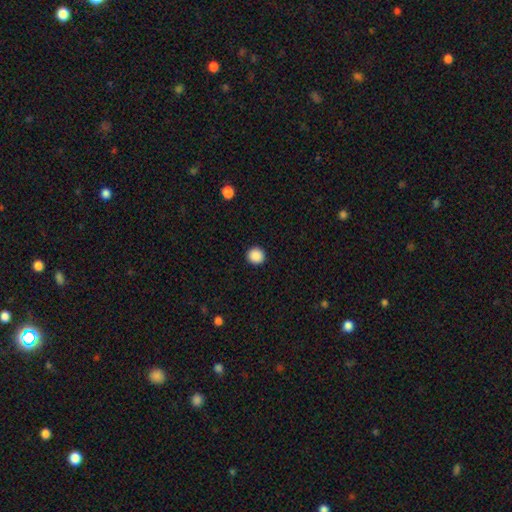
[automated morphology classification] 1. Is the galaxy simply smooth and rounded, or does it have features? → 89% smooth, 9% star or artifact, 2% featured or disk.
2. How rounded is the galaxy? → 91% round, 8% in between, 1% cigar-shaped.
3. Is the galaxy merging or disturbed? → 93% none, 5% minor disturbance, 2% major disturbance, 1% merger.